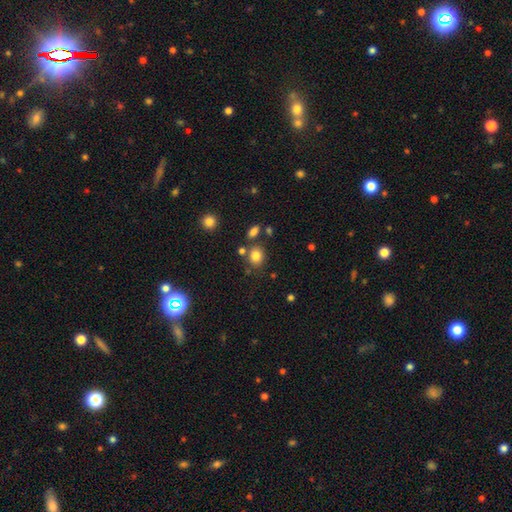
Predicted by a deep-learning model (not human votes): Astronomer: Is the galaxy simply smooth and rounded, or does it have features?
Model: smooth — 81%.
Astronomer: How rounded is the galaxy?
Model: round — 67%.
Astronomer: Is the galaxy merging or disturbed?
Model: none — 73%.